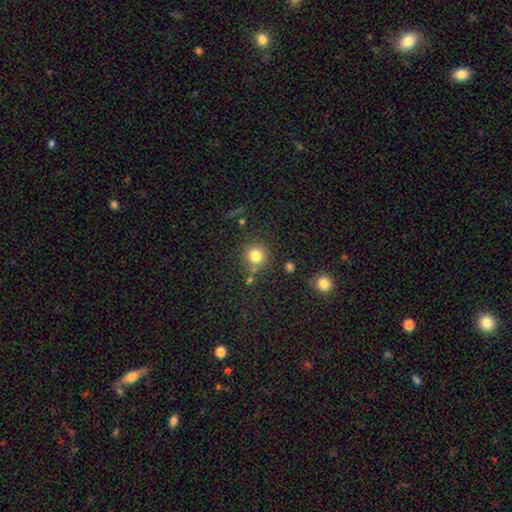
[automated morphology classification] type=smooth (81%); roundness=round (92%); merging=none (75%).